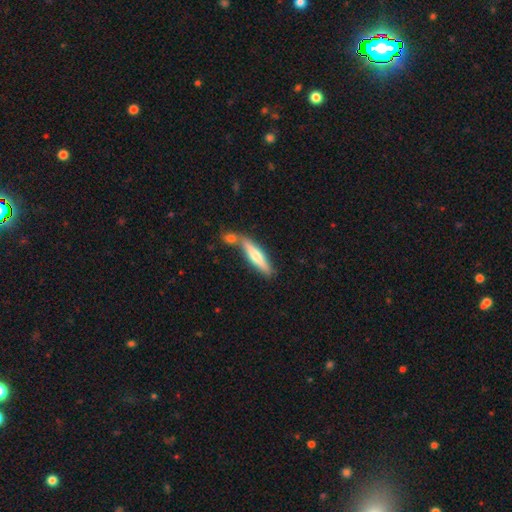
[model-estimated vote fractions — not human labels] A smooth galaxy with no disk features (51%) that is cigar-shaped (83%).

Vote fractions:
- Smooth or featured? smooth: 51% / featured or disk: 44% / star or artifact: 5%
- How rounded? cigar-shaped: 83% / in between: 16% / round: 2%
- Merging? none: 59% / merger: 25% / minor disturbance: 13% / major disturbance: 4%